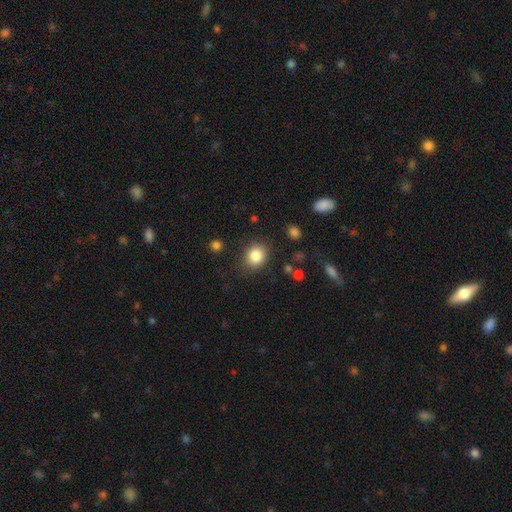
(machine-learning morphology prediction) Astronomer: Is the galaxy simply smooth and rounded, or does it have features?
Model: smooth — 84%.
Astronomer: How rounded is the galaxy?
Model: round — 63%.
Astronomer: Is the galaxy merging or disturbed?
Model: none — 83%.